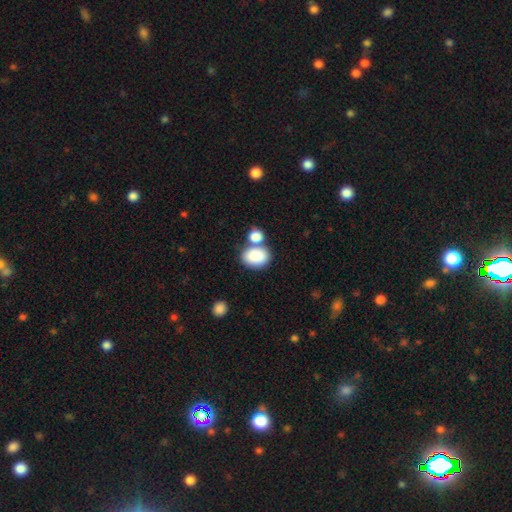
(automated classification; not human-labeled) Smooth or featured? smooth (86%)
How rounded? in between (74%)
Merging? none (52%)